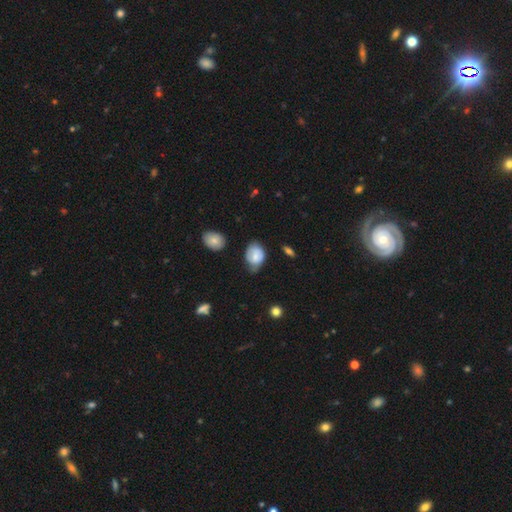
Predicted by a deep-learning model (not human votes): Morphology: type=smooth (64%); roundness=in between (59%); merging=none (46%).